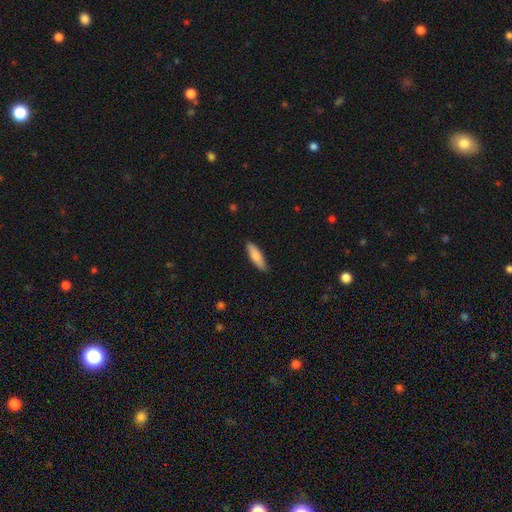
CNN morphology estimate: Smooth or featured?
  - smooth: 77% *
  - featured or disk: 18%
  - star or artifact: 6%
How rounded?
  - cigar-shaped: 59% *
  - in between: 39%
  - round: 2%
Merging?
  - none: 88% *
  - minor disturbance: 9%
  - major disturbance: 2%
  - merger: 1%